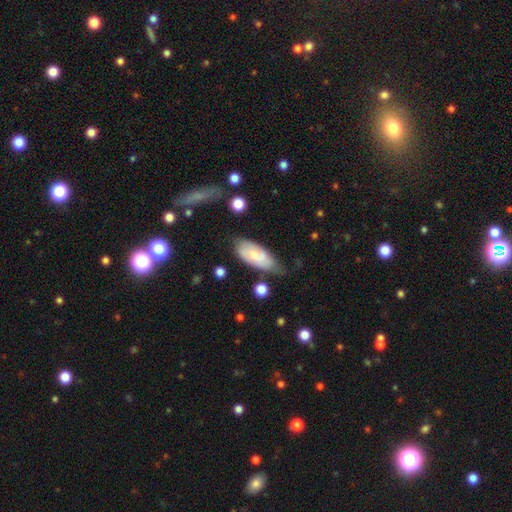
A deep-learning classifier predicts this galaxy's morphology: smooth_or_featured: smooth (p=0.55) [alt: featured or disk p=0.39]
how_rounded: in between (p=0.84) [alt: cigar-shaped p=0.14]
merging: none (p=0.57) [alt: minor disturbance p=0.30]